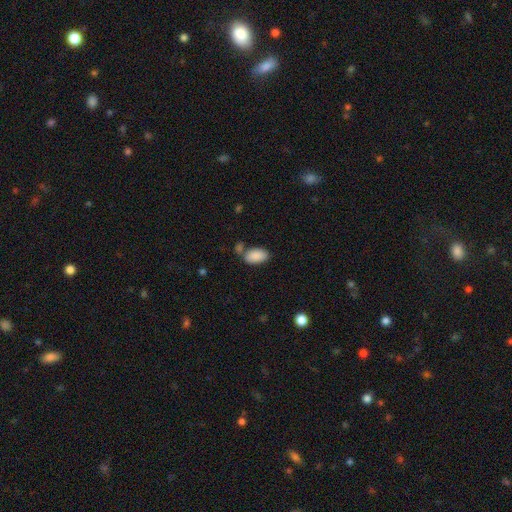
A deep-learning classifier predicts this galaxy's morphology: Smooth or featured?
  - smooth: 89% *
  - star or artifact: 7%
  - featured or disk: 4%
How rounded?
  - in between: 94% *
  - round: 4%
  - cigar-shaped: 2%
Merging?
  - none: 63% *
  - merger: 17%
  - minor disturbance: 15%
  - major disturbance: 5%